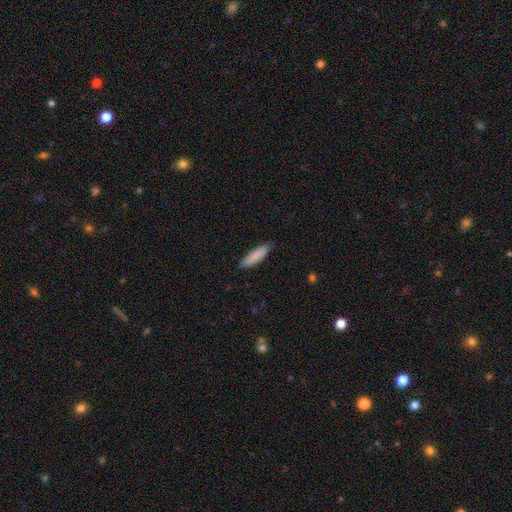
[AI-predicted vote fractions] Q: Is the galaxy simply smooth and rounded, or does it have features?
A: smooth — 87%.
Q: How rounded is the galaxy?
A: cigar-shaped — 63%.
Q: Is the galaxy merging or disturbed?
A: none — 85%.